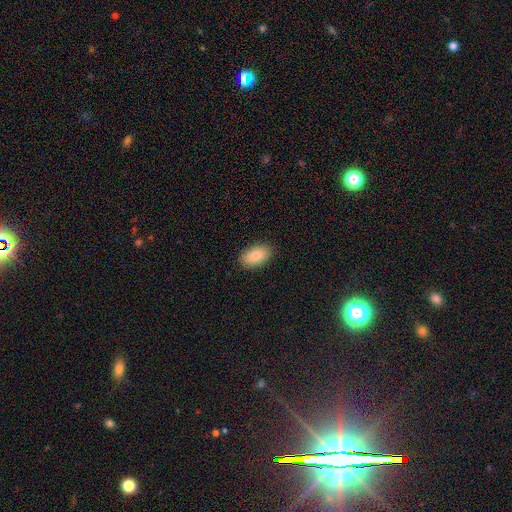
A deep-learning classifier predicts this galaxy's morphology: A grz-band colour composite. It shows a smooth galaxy with no disk features (85%) that is in between round and cigar-shaped (94%). Merging: none (88%).